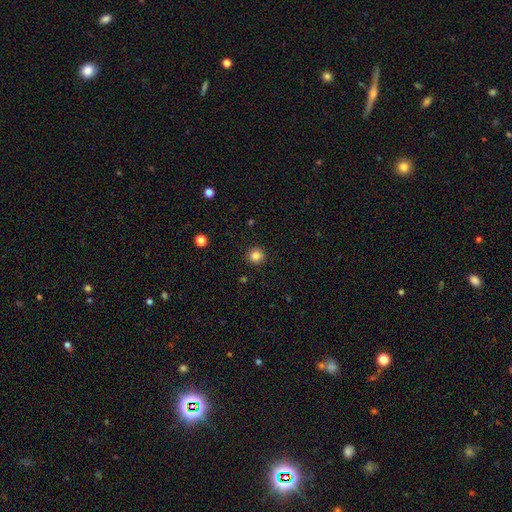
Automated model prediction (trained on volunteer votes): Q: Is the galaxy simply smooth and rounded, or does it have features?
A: smooth — 83%.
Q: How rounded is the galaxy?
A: round — 92%.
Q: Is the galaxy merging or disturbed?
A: none — 91%.